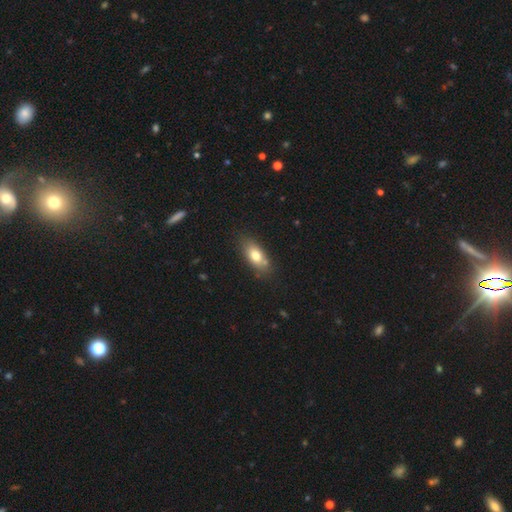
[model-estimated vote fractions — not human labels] Overall: smooth (76%). How rounded: in between (85%). Merging: none (76%).